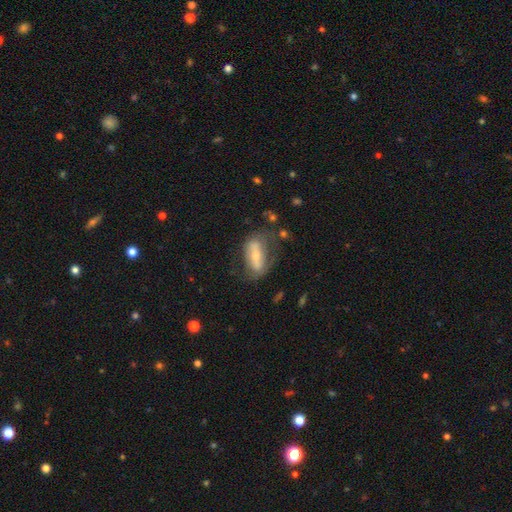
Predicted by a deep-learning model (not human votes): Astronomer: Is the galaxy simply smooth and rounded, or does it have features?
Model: featured or disk — 57% (runner-up: smooth, 37%).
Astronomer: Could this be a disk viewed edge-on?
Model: no — 85%.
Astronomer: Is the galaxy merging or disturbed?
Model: none — 53%.